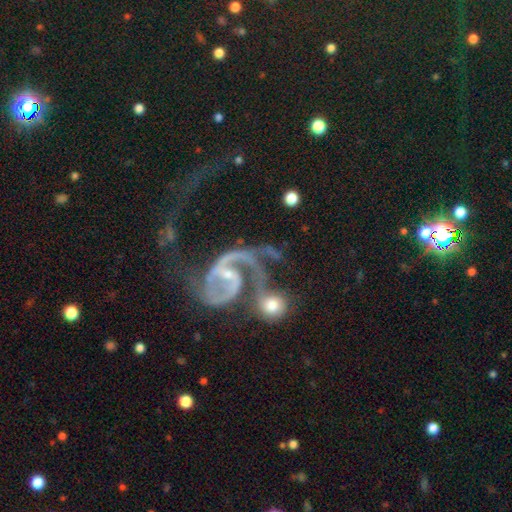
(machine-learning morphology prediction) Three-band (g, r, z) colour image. It shows a featured or disk galaxy (78%) with no bar (40%), 2 (81%) medium (47%) spiral arms (93%) and a small central bulge (66%). Merging: none (32%).